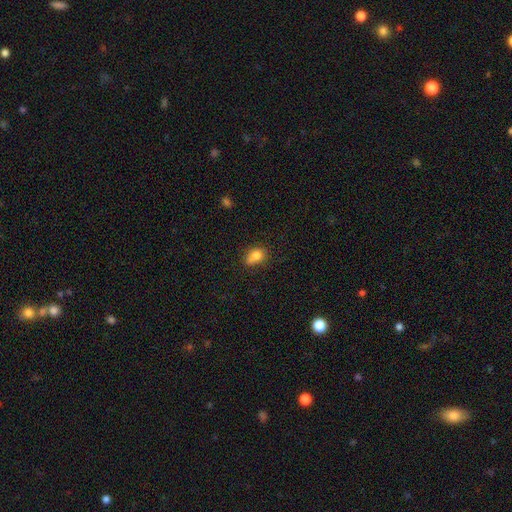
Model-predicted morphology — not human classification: type=smooth (79%); roundness=in between (57%); merging=none (47%).